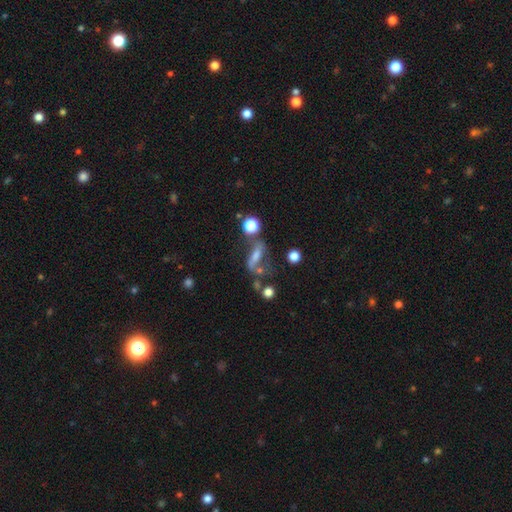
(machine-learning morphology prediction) featured or disk 53%, smooth 30%, star or artifact 17%. Down the decision tree: edge-on disk — no (76%); merging — none (40%).